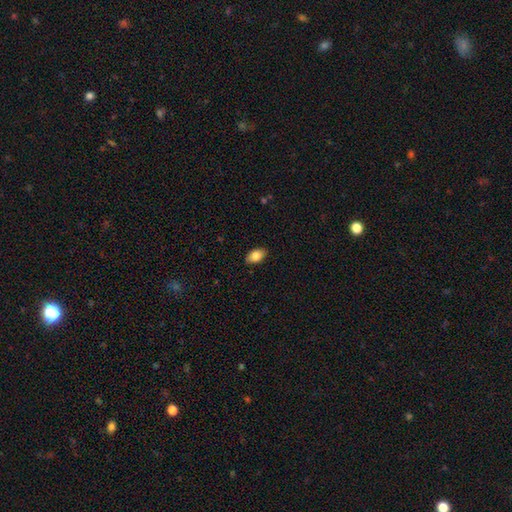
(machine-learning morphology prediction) smooth_or_featured: smooth (p=0.83) [alt: featured or disk p=0.09]
how_rounded: in between (p=0.90) [alt: round p=0.08]
merging: none (p=0.87) [alt: minor disturbance p=0.10]